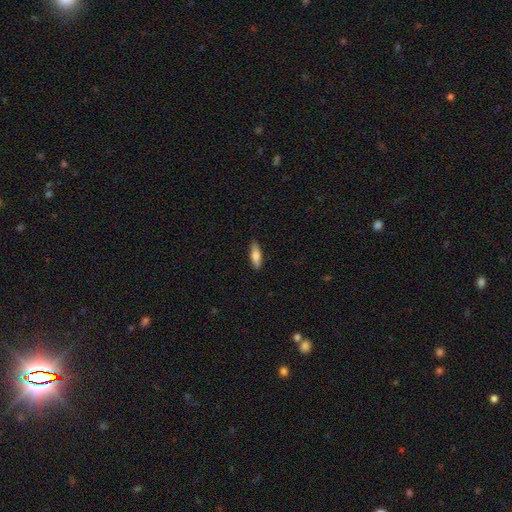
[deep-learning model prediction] A smooth galaxy with no disk features (79%) that is cigar-shaped (51%). Merging: none (87%).